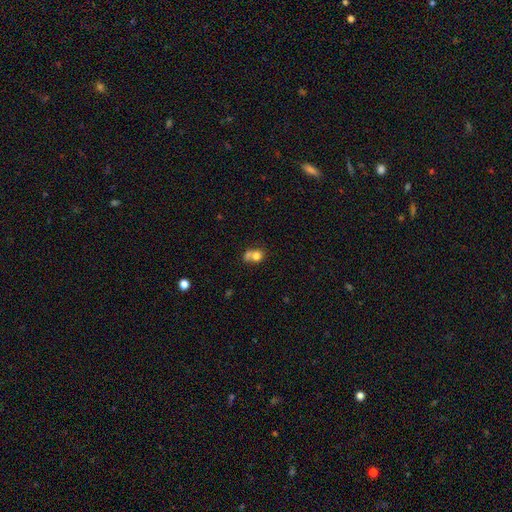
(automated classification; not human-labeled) smooth 74%, featured or disk 15%, star or artifact 11%. Down the decision tree: how rounded — round (66%); merging — merger (53%).